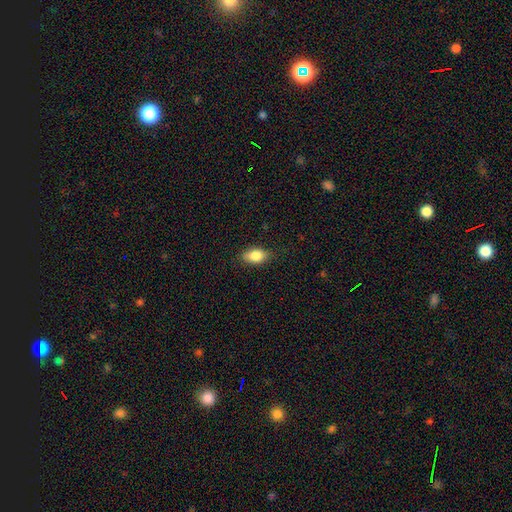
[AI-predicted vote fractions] This appears to be a smooth galaxy with no disk features (83%) that is in between round and cigar-shaped (87%). Merging: none (83%).